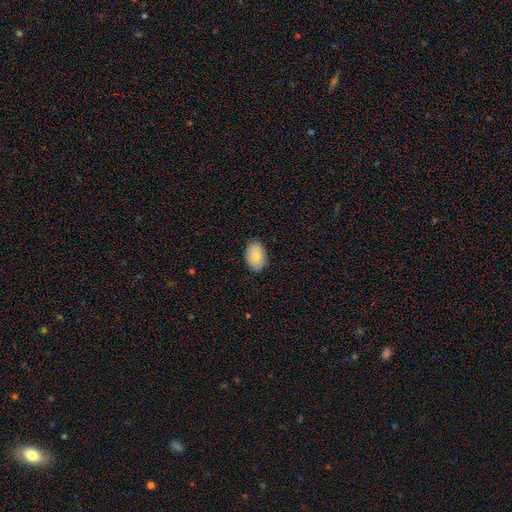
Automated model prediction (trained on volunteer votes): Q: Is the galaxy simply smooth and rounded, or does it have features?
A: smooth — 86%.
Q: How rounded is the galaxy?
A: in between — 86%.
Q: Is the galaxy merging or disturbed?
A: none — 87%.